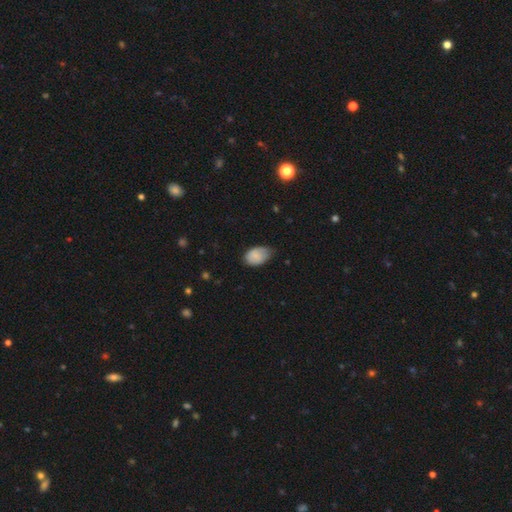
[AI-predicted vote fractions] Morphology: type=smooth (84%); roundness=in between (86%); merging=minor disturbance (45%, tied with none).